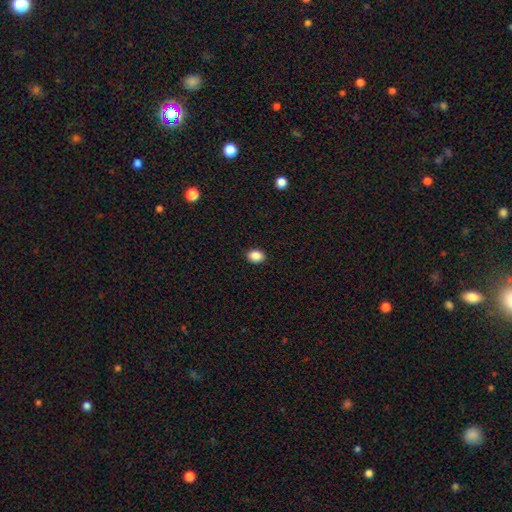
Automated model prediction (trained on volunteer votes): The model was most divided on "how rounded": in between: 57%, round: 42%, cigar-shaped: 1%. More confident: merging — none (91%); smooth or featured — smooth (88%).